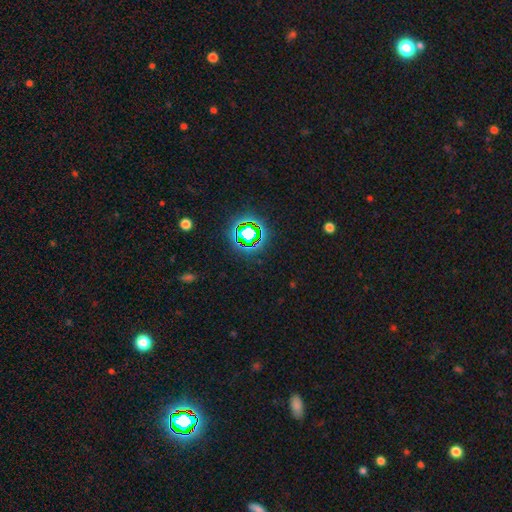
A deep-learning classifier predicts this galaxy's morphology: smooth-or-featured: star or artifact: 76% | smooth: 16% | featured or disk: 8%